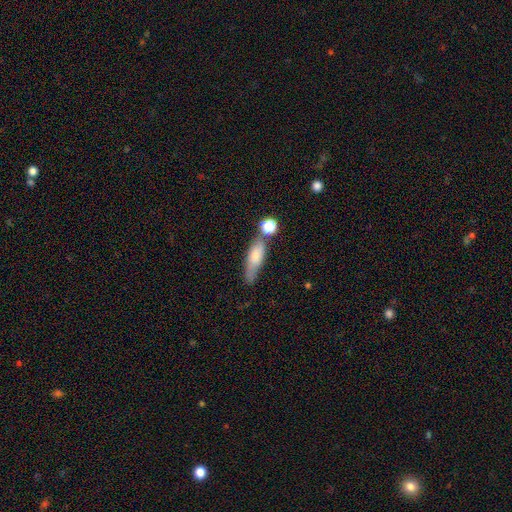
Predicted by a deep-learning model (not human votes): Morphology: type=smooth (64%); roundness=cigar-shaped (51%); merging=none (52%).